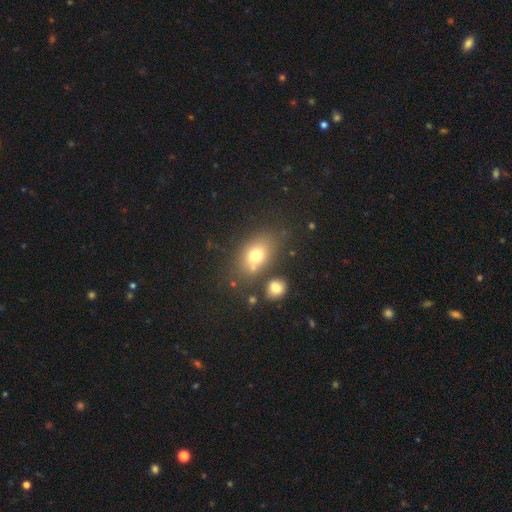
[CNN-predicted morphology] Smooth or featured: smooth — 73% (featured or disk — 15%)
How rounded: in between — 72% (round — 26%)
Merging: none — 62% (merger — 16%)